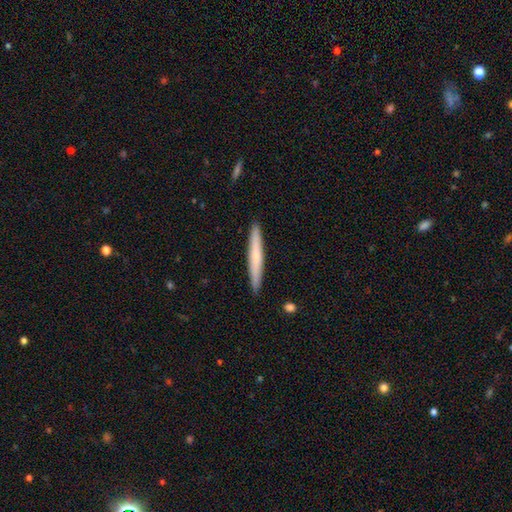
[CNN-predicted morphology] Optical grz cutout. It shows a smooth galaxy with no disk features (59%) that is cigar-shaped (96%). Merging: none (92%).